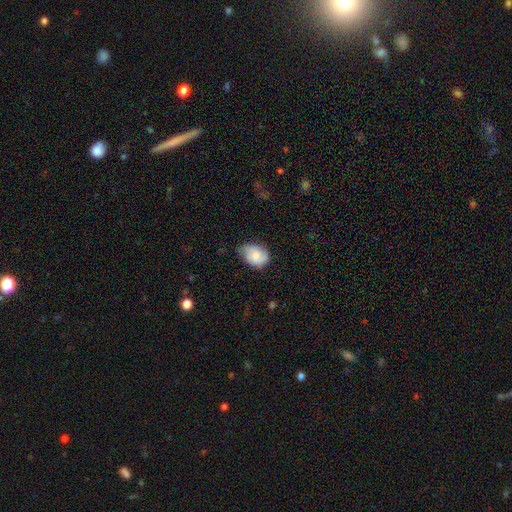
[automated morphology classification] A smooth galaxy with no disk features (70%) that is in between round and cigar-shaped (71%). Merging: none (54%).